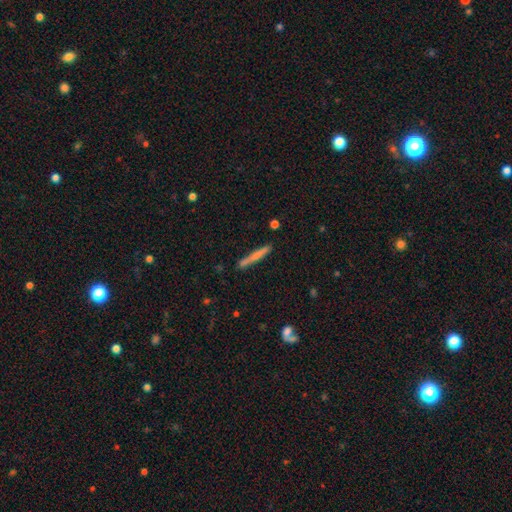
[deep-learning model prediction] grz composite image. It shows a smooth galaxy with no disk features (57%) that is cigar-shaped (95%). Merging: none (83%).